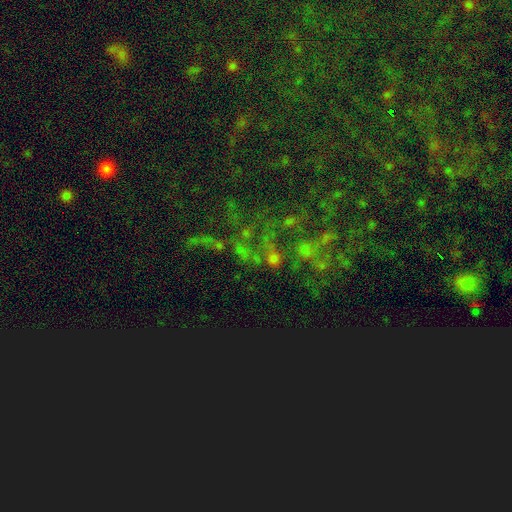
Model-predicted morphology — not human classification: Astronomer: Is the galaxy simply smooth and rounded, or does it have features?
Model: star or artifact — 54% (runner-up: featured or disk, 32%).